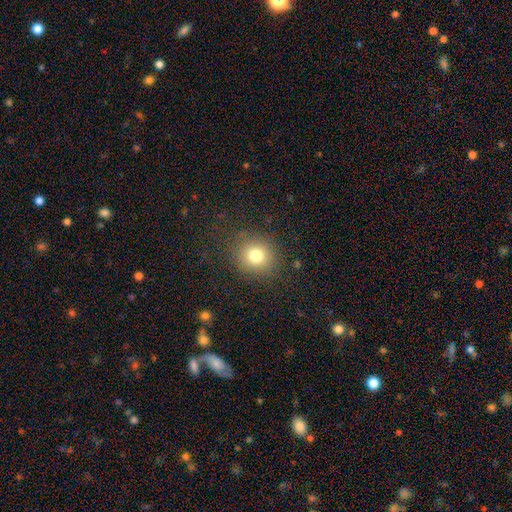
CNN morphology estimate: smooth-or-featured: smooth: 76% | star or artifact: 15% | featured or disk: 9%
  how-rounded: round: 84% | in between: 15% | cigar-shaped: 1%
  merging: none: 85% | minor disturbance: 9% | major disturbance: 5% | merger: 1%